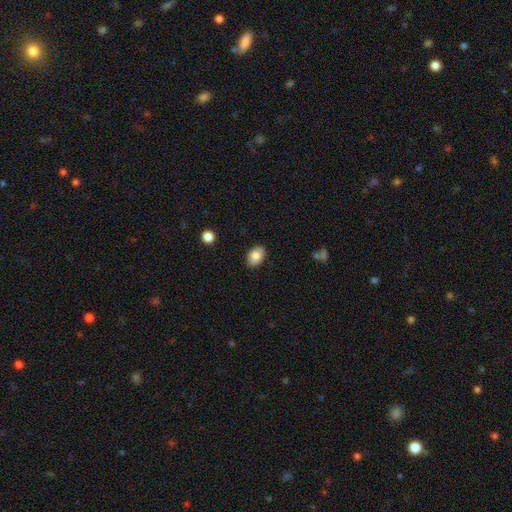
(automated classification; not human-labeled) A smooth galaxy with no disk features (83%) that is in between round and cigar-shaped (87%). Merging: none (88%).